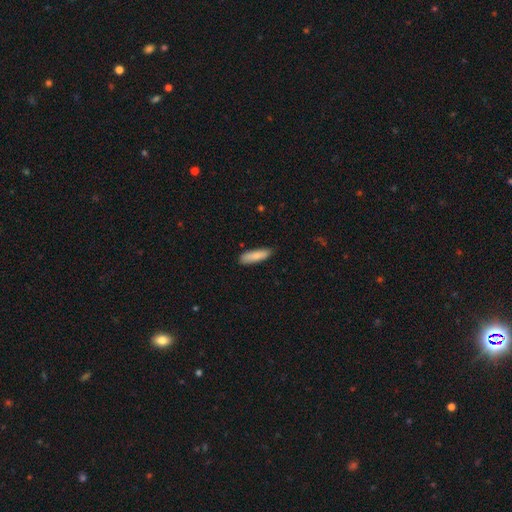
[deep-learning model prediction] smooth-or-featured: smooth: 82% | featured or disk: 12% | star or artifact: 6%
  how-rounded: cigar-shaped: 59% | in between: 39% | round: 2%
  merging: none: 84% | minor disturbance: 13% | major disturbance: 2% | merger: 1%